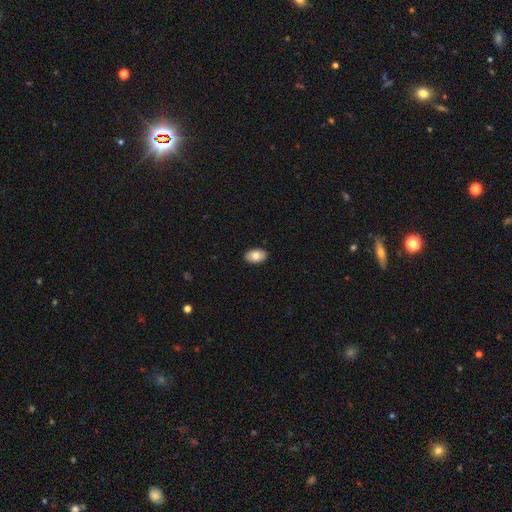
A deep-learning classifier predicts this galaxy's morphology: The model was most divided on "smooth or featured": smooth: 82%, featured or disk: 11%, star or artifact: 7%. More confident: how rounded — in between (92%); merging — none (90%).